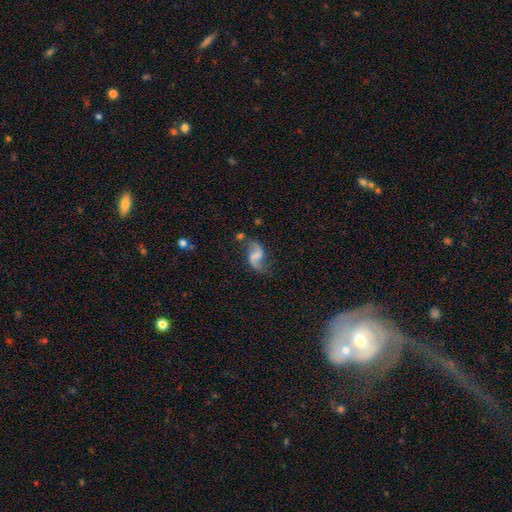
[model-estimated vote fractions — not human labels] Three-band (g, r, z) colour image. It shows a featured or disk galaxy (81%) with a weak bar (47%), 2 (92%) loose (79%) spiral arms (94%) and no central bulge (60%). Merging: none (69%).